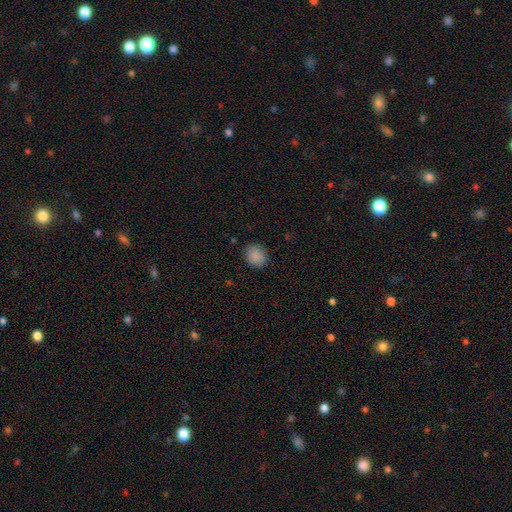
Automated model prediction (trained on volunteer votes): Smooth or featured? smooth (88%)
How rounded? round (74%)
Merging? none (86%)